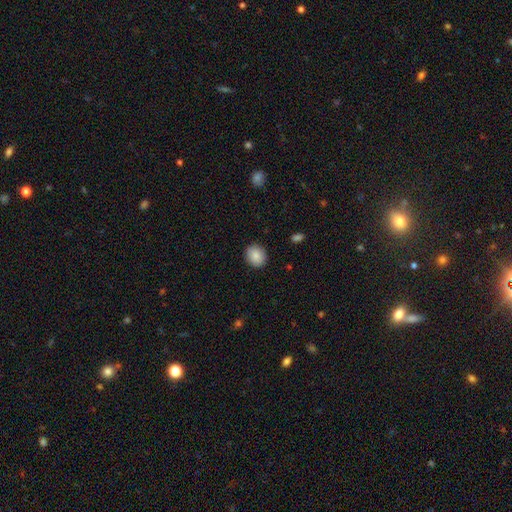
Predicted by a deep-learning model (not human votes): A smooth galaxy with no disk features (88%) that is round (59%). Merging: none (90%).